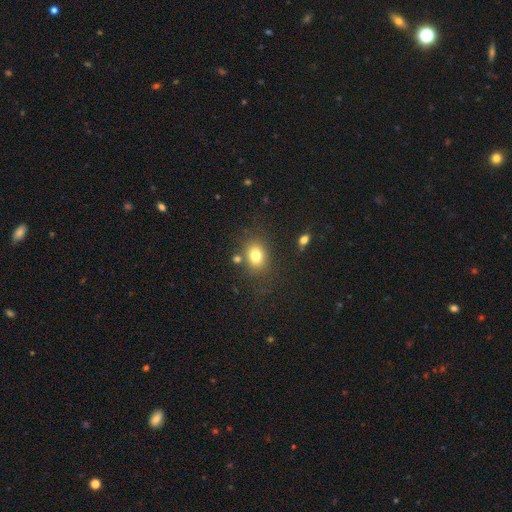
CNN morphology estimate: Q: Smooth or featured?
A: smooth (78%); runner-up: star or artifact (12%)
Q: How rounded?
A: in between (55%); runner-up: round (44%)
Q: Merging?
A: none (75%); runner-up: minor disturbance (12%)